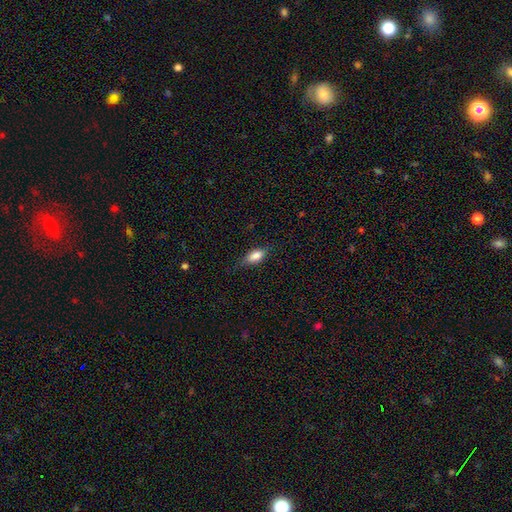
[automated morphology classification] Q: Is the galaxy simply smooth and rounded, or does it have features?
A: smooth — 82%.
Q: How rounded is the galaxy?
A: in between — 83%.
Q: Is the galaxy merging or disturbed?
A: none — 73%.